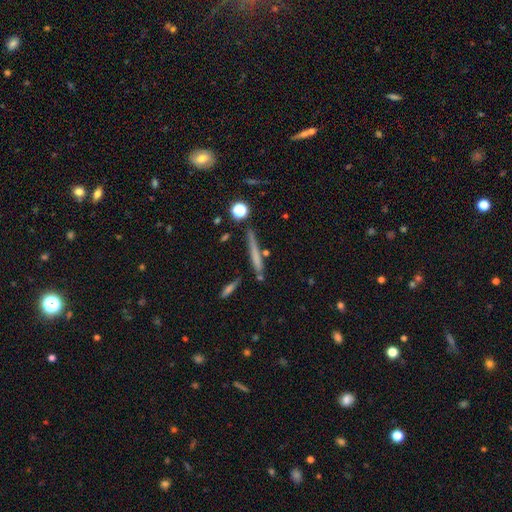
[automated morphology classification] A smooth galaxy with no disk features (55%) that is cigar-shaped (93%). Merging: none (75%).